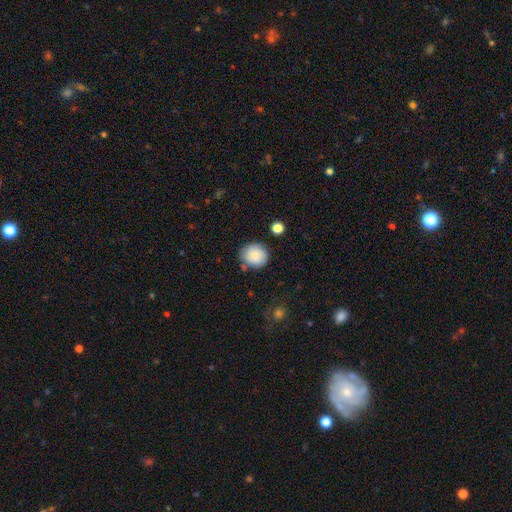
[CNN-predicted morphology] smooth-or-featured: smooth: 83% | featured or disk: 10% | star or artifact: 8%
  how-rounded: round: 84% | in between: 15% | cigar-shaped: 1%
  merging: none: 77% | minor disturbance: 15% | merger: 4% | major disturbance: 4%